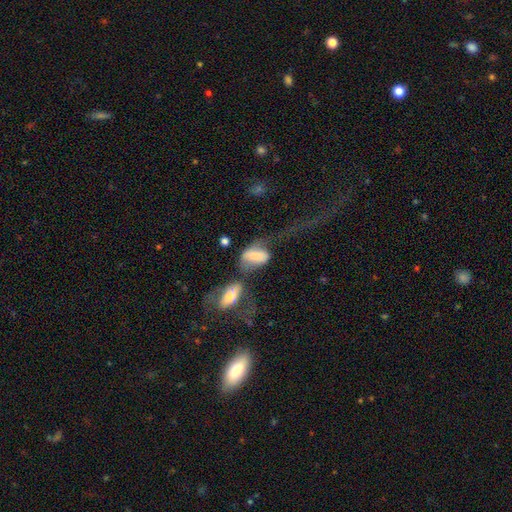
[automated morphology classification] Smooth or featured: smooth — 63% (featured or disk — 28%)
How rounded: in between — 90% (round — 7%)
Merging: merger — 39% (major disturbance — 34%)